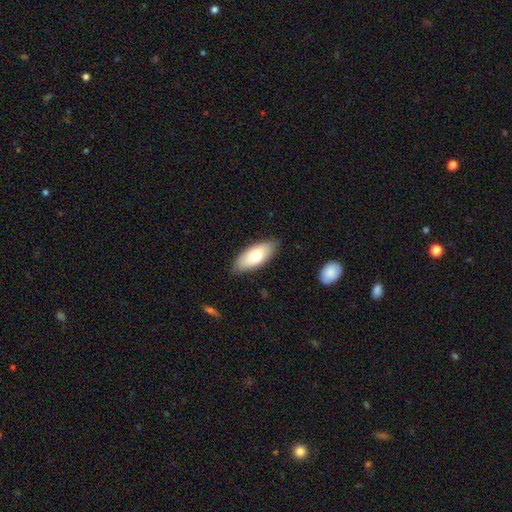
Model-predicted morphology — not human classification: Smooth or featured? smooth (74%)
How rounded? in between (84%)
Merging? none (85%)